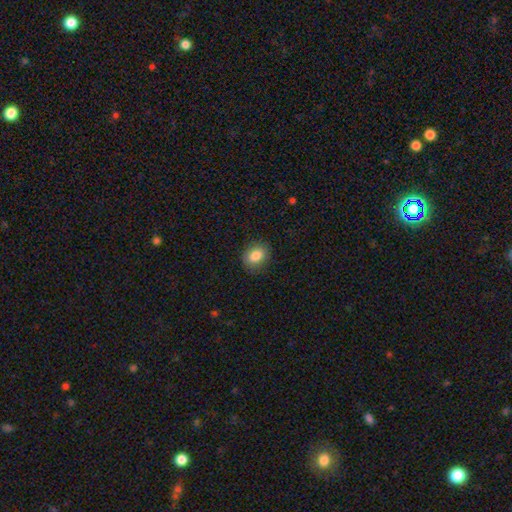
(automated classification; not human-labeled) Overall: smooth (84%). How rounded: in between (57%; round 42%). Merging: none (85%).